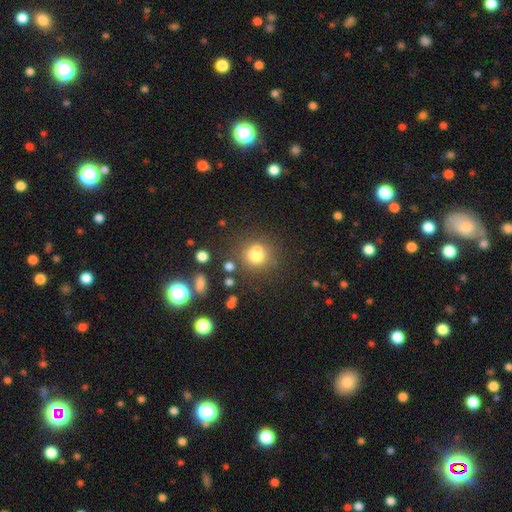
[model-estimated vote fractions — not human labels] This appears to be a smooth galaxy with no disk features (70%) that is round (83%). Merging: none (53%).